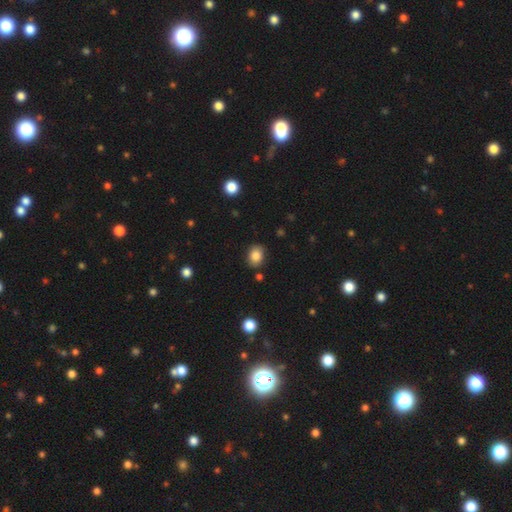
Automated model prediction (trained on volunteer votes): This is clearly a smooth galaxy (85%). How rounded: possibly in between (60%). Merging: clearly none (84%).